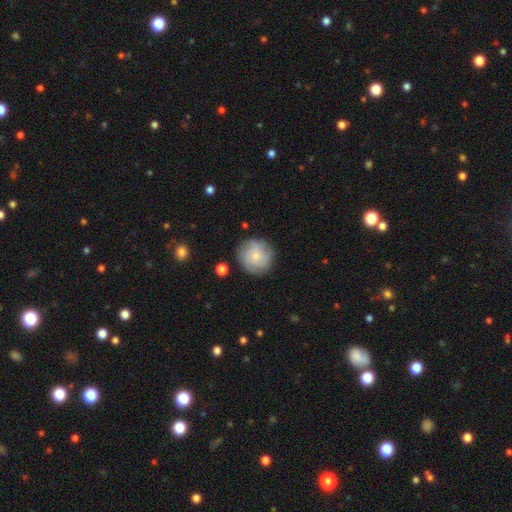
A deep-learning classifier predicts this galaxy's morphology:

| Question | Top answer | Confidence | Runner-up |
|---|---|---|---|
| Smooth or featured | smooth | 49% | featured or disk (43%) |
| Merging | none | 81% | minor disturbance (13%) |